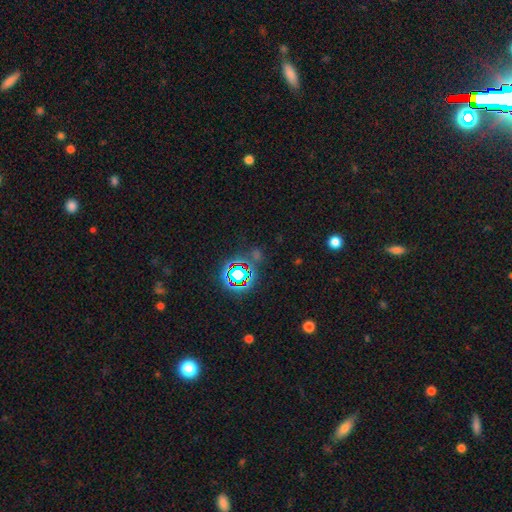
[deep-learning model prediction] Smooth or featured?
  - star or artifact: 70% *
  - smooth: 21%
  - featured or disk: 9%